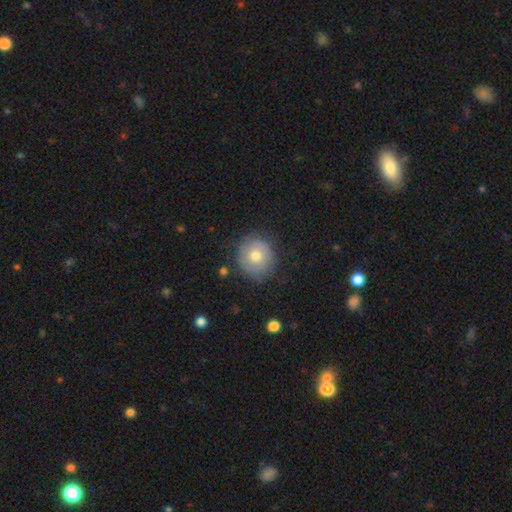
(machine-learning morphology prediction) Q: Smooth or featured?
A: smooth (58%); runner-up: featured or disk (34%)
Q: How rounded?
A: round (84%); runner-up: in between (15%)
Q: Merging?
A: none (77%); runner-up: minor disturbance (17%)